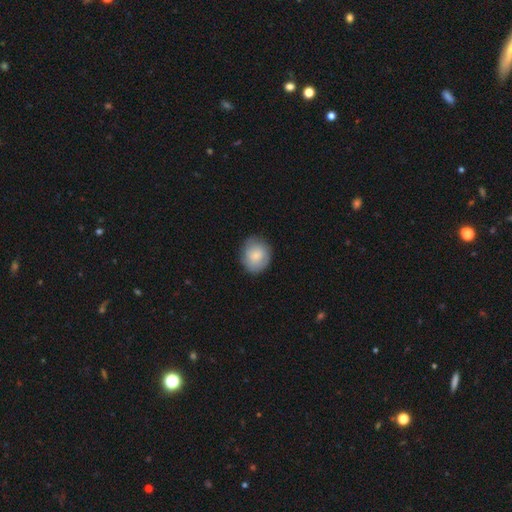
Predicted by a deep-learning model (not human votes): Overall: smooth (77%). How rounded: round (74%). Merging: none (79%).